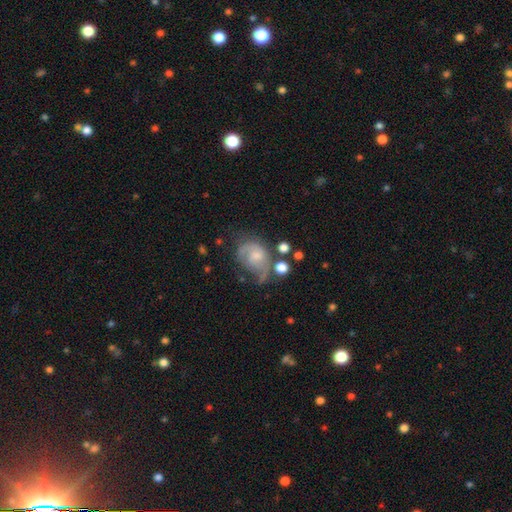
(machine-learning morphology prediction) featured or disk 48%, smooth 41%, star or artifact 11%. Down the decision tree: merging — major disturbance (38%).